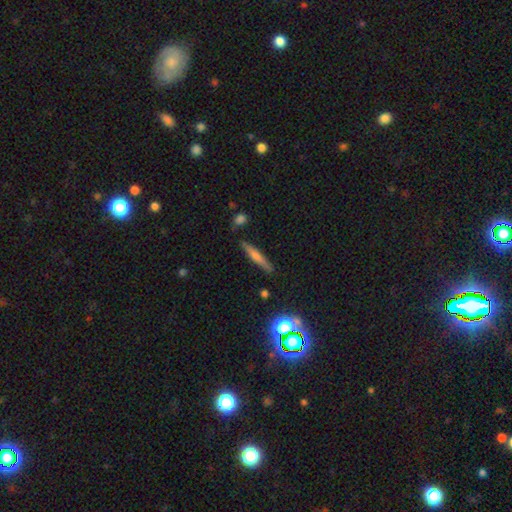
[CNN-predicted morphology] smooth_or_featured: smooth (p=0.53) [alt: featured or disk p=0.37]
how_rounded: cigar-shaped (p=0.90) [alt: in between p=0.07]
merging: none (p=0.84) [alt: minor disturbance p=0.11]